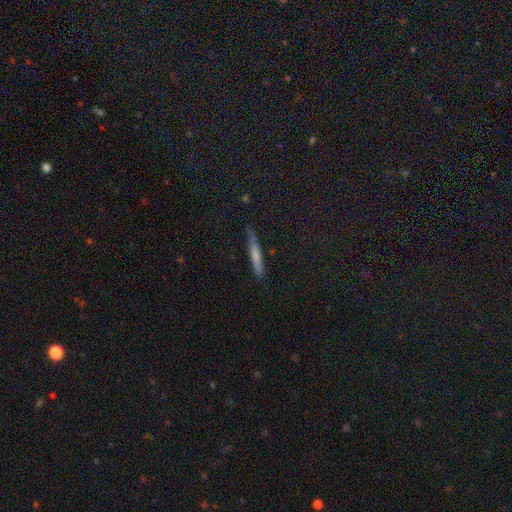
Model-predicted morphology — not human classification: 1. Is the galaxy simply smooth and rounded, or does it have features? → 60% smooth, 31% featured or disk, 9% star or artifact.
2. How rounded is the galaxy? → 94% cigar-shaped, 4% in between, 2% round.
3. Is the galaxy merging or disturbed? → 80% none, 16% minor disturbance, 3% major disturbance, 2% merger.